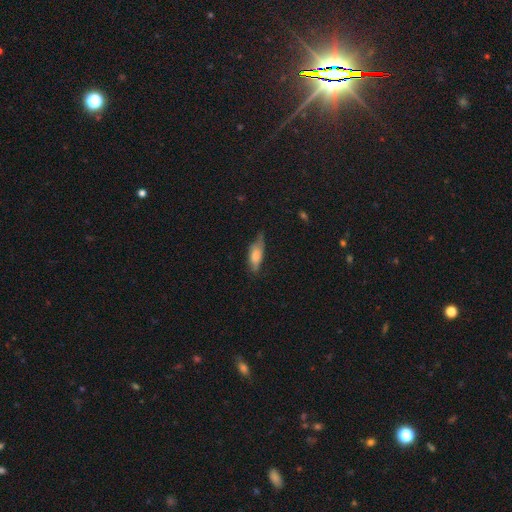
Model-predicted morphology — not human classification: smooth-or-featured: smooth: 71% | featured or disk: 22% | star or artifact: 7%
  how-rounded: in between: 68% | cigar-shaped: 30% | round: 2%
  merging: none: 52% | minor disturbance: 36% | major disturbance: 10% | merger: 2%